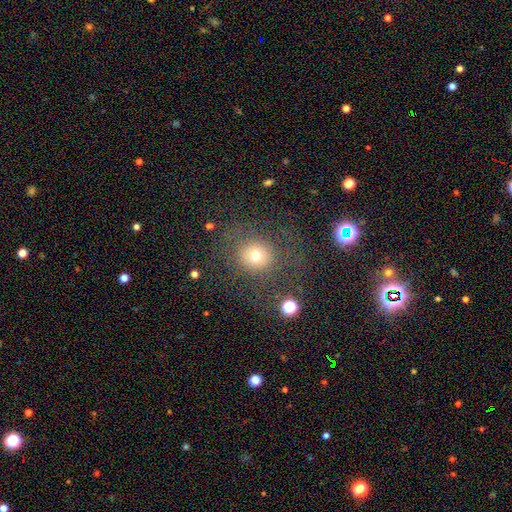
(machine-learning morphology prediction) type=smooth (68%); roundness=round (86%); merging=none (73%).